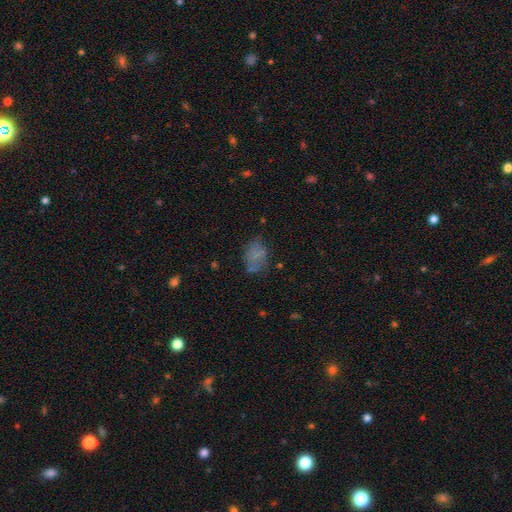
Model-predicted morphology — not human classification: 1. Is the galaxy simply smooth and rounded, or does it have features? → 66% smooth, 20% featured or disk, 15% star or artifact.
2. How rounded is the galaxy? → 69% in between, 30% round, 1% cigar-shaped.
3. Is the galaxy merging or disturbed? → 56% none, 25% minor disturbance, 15% major disturbance, 5% merger.